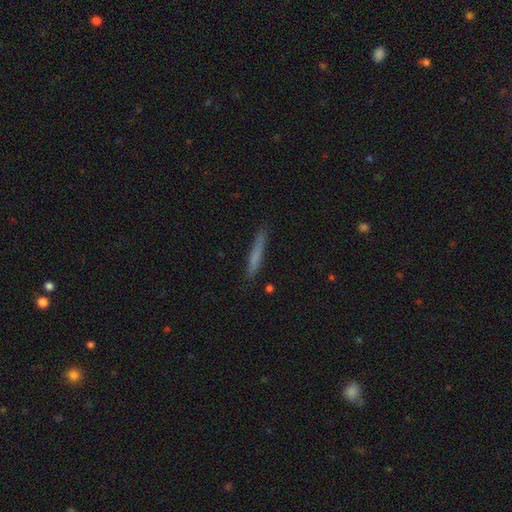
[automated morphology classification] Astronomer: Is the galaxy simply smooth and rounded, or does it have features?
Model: smooth — 69%.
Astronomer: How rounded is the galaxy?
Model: cigar-shaped — 96%.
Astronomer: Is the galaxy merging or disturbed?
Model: none — 88%.